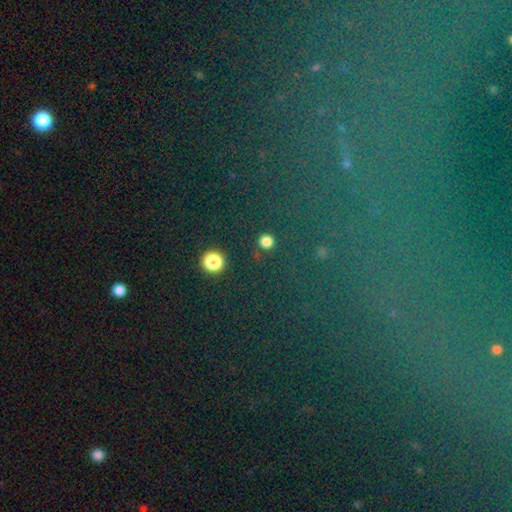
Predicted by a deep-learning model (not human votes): A star or artifact, not a galaxy (72%).

Vote fractions:
- Smooth or featured? star or artifact: 72% / smooth: 15% / featured or disk: 13%